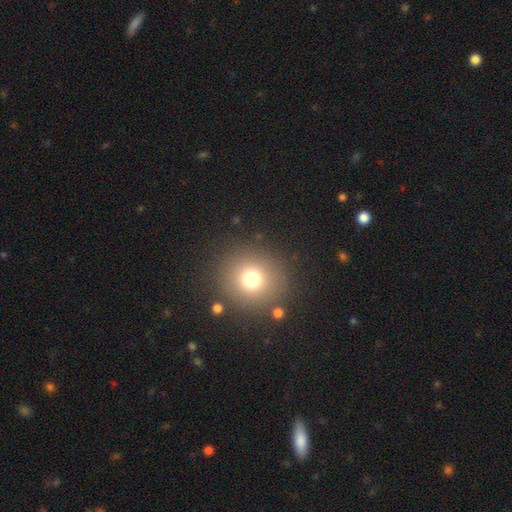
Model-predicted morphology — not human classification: smooth 63%, star or artifact 29%, featured or disk 8%. Down the decision tree: how rounded — round (90%); merging — none (90%).